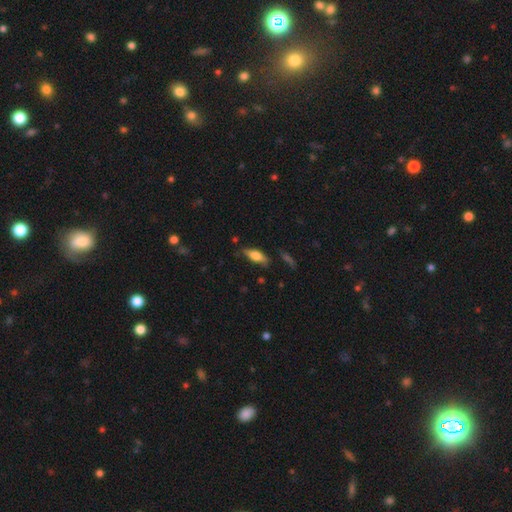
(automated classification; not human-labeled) Smooth or featured? Predicted: smooth (p=0.63). How rounded? Predicted: in between (p=0.66). Merging? Predicted: none (p=0.64).